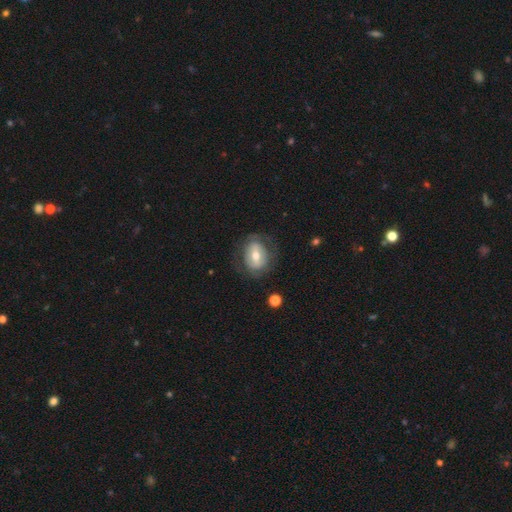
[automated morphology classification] Smooth or featured? featured or disk (51%)
Edge-on disk? no (93%)
Merging? none (70%)